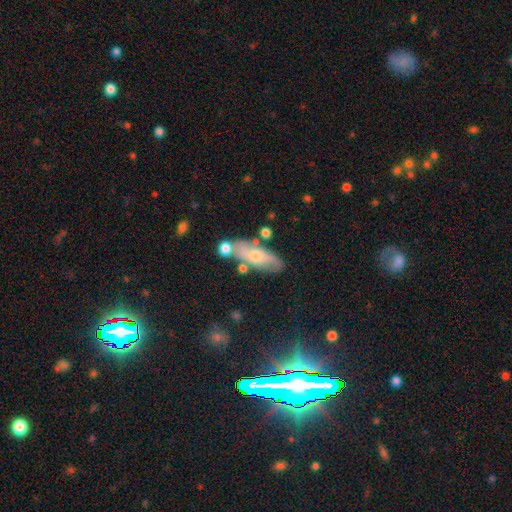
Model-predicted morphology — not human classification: A smooth galaxy with no disk features (48%).

Vote fractions:
- Smooth or featured? smooth: 48% / featured or disk: 45% / star or artifact: 7%
- Merging? none: 63% / minor disturbance: 18% / merger: 13% / major disturbance: 6%